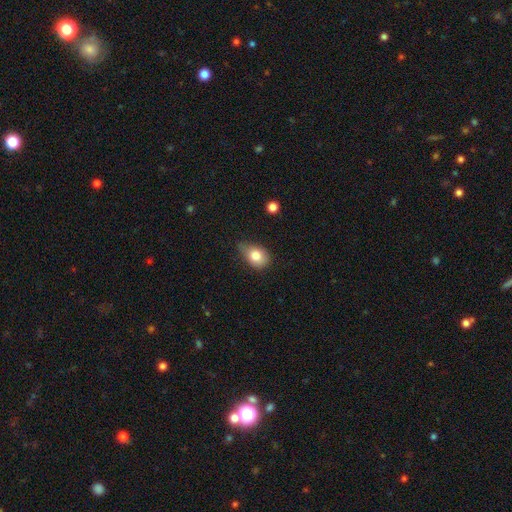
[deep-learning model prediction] Morphology: type=smooth (79%); roundness=in between (63%); merging=minor disturbance (44%, tied with none).